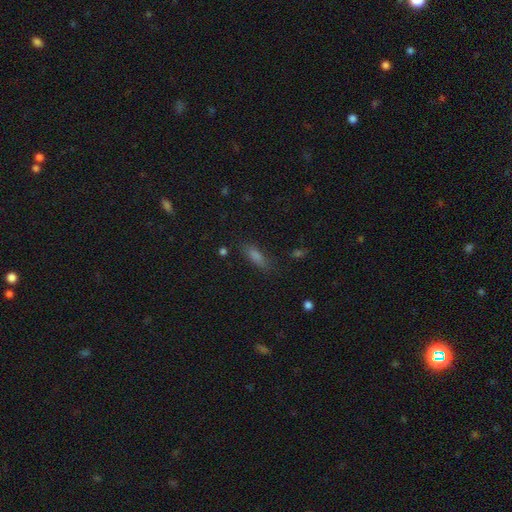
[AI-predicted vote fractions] A smooth galaxy with no disk features (67%) that is in between round and cigar-shaped (52%).

Vote fractions:
- Smooth or featured? smooth: 67% / star or artifact: 20% / featured or disk: 13%
- How rounded? in between: 52% / cigar-shaped: 43% / round: 4%
- Merging? none: 79% / minor disturbance: 14% / major disturbance: 5% / merger: 3%